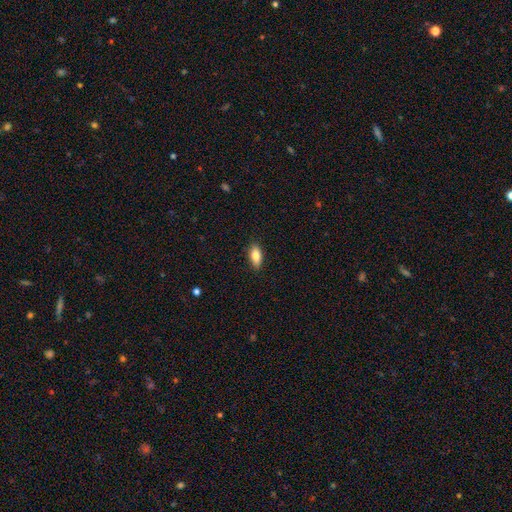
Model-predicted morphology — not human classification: smooth_or_featured: smooth (p=0.80) [alt: featured or disk p=0.13]
how_rounded: in between (p=0.83) [alt: cigar-shaped p=0.13]
merging: none (p=0.88) [alt: minor disturbance p=0.09]